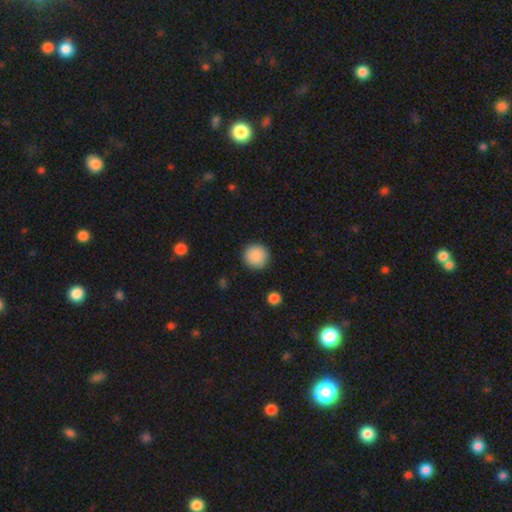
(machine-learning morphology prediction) The model was most divided on "smooth or featured": smooth: 89%, star or artifact: 8%, featured or disk: 3%. More confident: how rounded — round (95%); merging — none (92%).